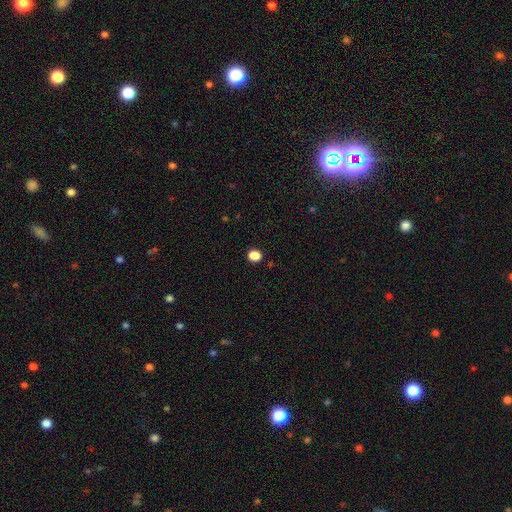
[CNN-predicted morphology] Smooth or featured? smooth (86%)
How rounded? round (55%)
Merging? none (90%)